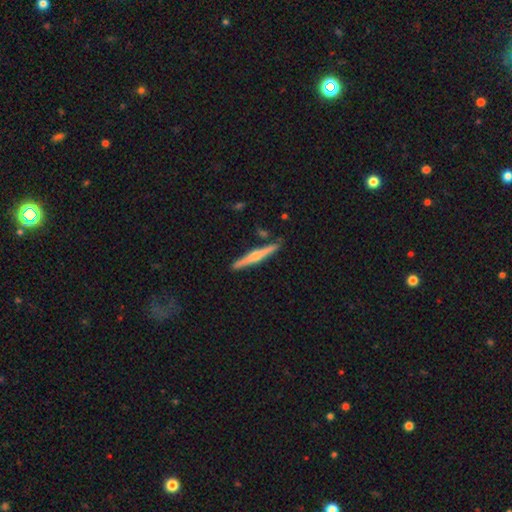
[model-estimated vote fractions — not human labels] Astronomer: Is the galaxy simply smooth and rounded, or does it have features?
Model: featured or disk — 61%.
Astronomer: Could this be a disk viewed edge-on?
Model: yes — 98%.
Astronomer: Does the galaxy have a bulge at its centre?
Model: rounded — 77%.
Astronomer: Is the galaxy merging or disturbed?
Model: none — 87%.